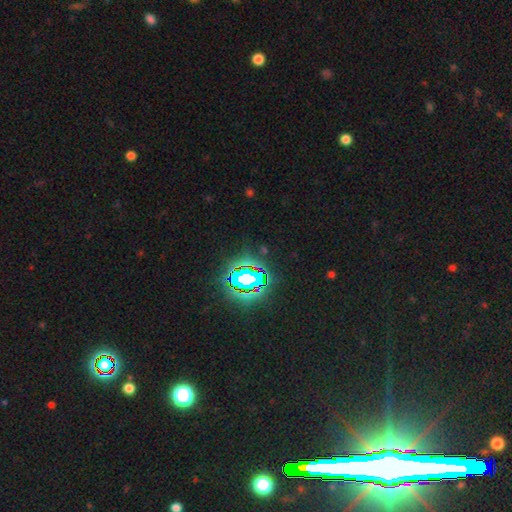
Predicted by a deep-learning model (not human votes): smooth-or-featured: star or artifact: 80% | smooth: 10% | featured or disk: 10%